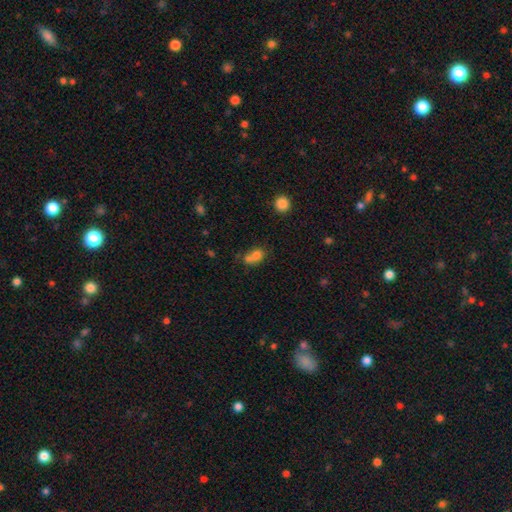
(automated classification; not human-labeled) Smooth or featured?
  - smooth: 73% *
  - featured or disk: 15%
  - star or artifact: 12%
How rounded?
  - in between: 51% *
  - round: 48%
  - cigar-shaped: 2%
Merging?
  - merger: 56% *
  - none: 30%
  - minor disturbance: 10%
  - major disturbance: 5%